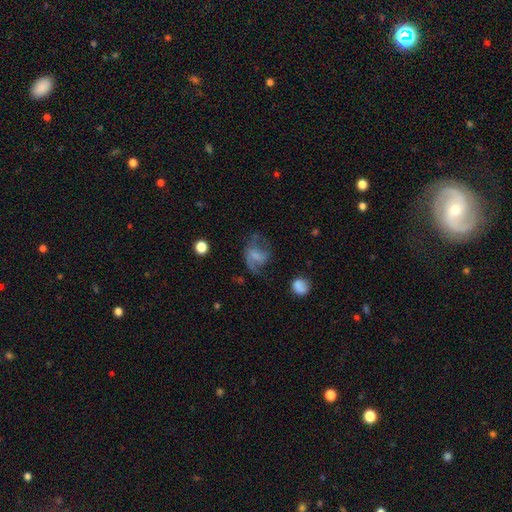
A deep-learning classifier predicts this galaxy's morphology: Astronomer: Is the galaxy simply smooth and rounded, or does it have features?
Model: smooth — 45% (runner-up: featured or disk, 44%).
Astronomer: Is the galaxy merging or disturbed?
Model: none — 39% (runner-up: major disturbance, 34%).